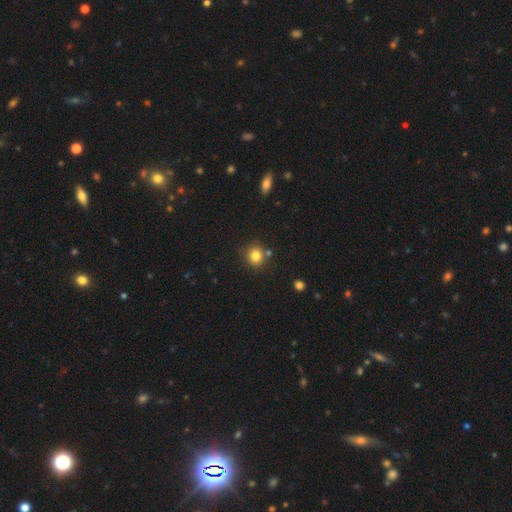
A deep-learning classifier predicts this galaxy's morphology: The model was most divided on "merging": none: 80%, minor disturbance: 10%, merger: 8%, major disturbance: 3%. More confident: how rounded — round (86%); smooth or featured — smooth (82%).